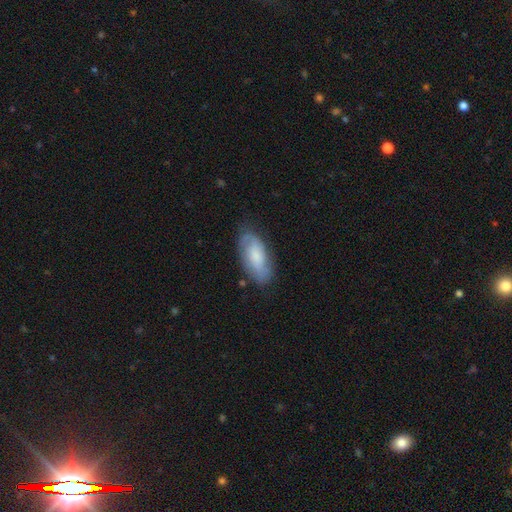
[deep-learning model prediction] This is possibly a smooth galaxy (48%). Merging: likely none (76%).